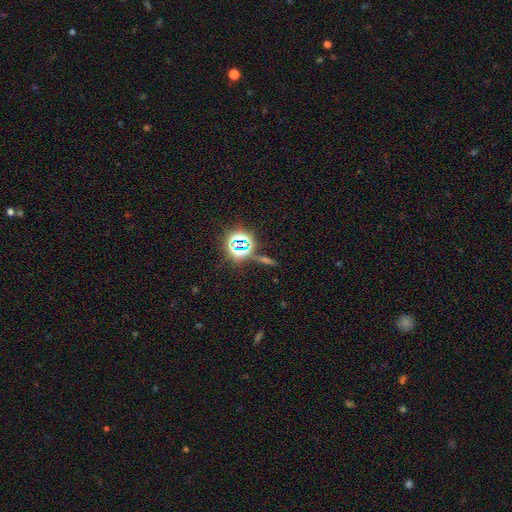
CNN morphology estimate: This appears to be a star or artifact, not a galaxy (75%).